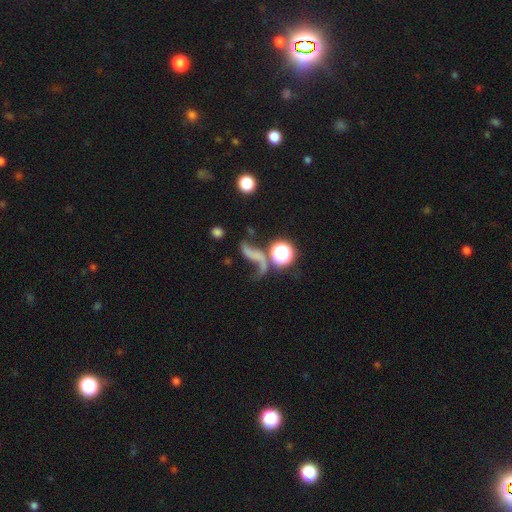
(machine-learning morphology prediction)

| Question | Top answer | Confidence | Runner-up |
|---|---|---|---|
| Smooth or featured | featured or disk | 52% | smooth (26%) |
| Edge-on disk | no | 91% | yes (9%) |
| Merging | none | 37% | major disturbance (29%) |